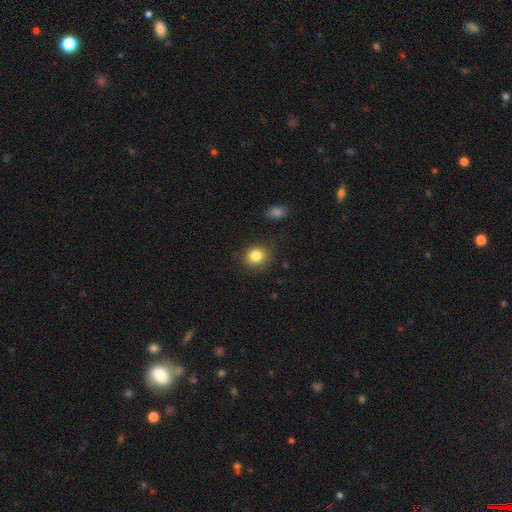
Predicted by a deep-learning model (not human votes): Smooth or featured? smooth (83%)
How rounded? round (75%)
Merging? none (86%)